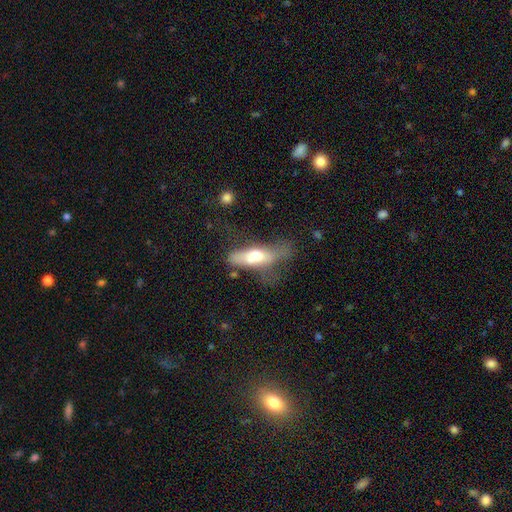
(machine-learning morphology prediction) This is possibly a smooth galaxy (55%). How rounded: possibly in between (50%). Merging: marginally none (34%).